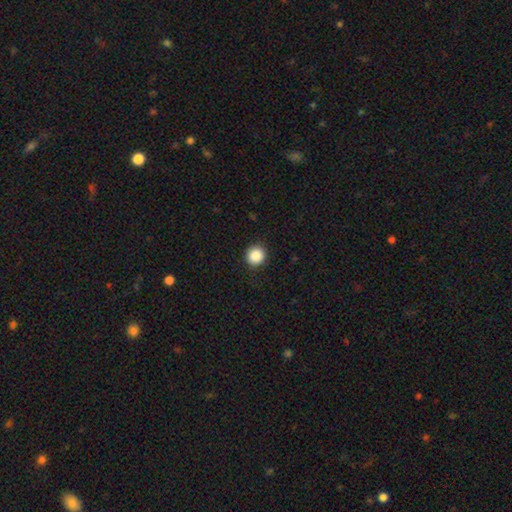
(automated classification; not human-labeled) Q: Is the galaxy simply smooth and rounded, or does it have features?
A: smooth — 89%.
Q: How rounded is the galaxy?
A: round — 92%.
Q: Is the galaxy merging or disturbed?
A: none — 90%.